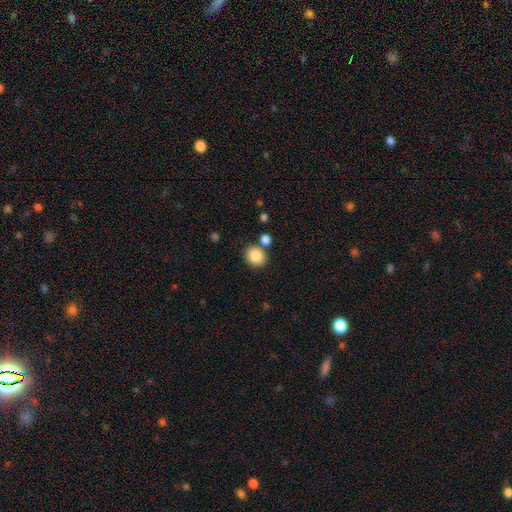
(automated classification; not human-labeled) Q: Smooth or featured?
A: smooth (85%); runner-up: star or artifact (9%)
Q: How rounded?
A: round (77%); runner-up: in between (22%)
Q: Merging?
A: none (75%); runner-up: merger (14%)